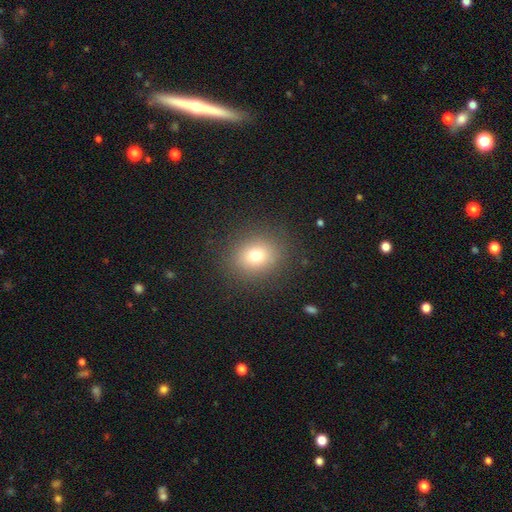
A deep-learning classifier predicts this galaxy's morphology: smooth 75%, star or artifact 15%, featured or disk 10%. Down the decision tree: how rounded — round (76%); merging — none (88%).